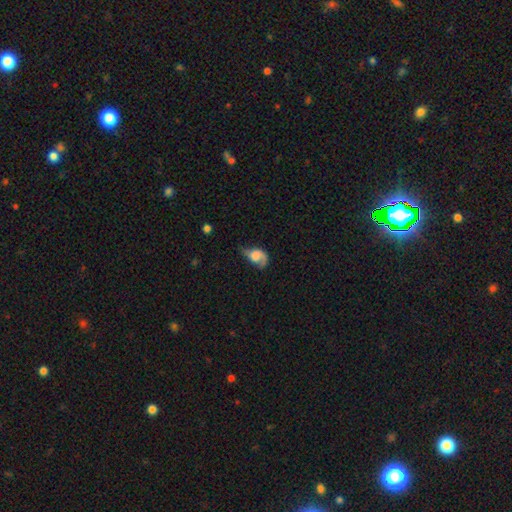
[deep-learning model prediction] Smooth or featured: featured or disk — 54% (smooth — 38%)
Edge-on disk: no — 96% (yes — 4%)
Bar: no — 72% (weak — 23%)
Spiral arms: yes — 83% (no — 17%)
Bulge size: large — 36% (moderate — 25%)
Merging: major disturbance — 36% (none — 31%)